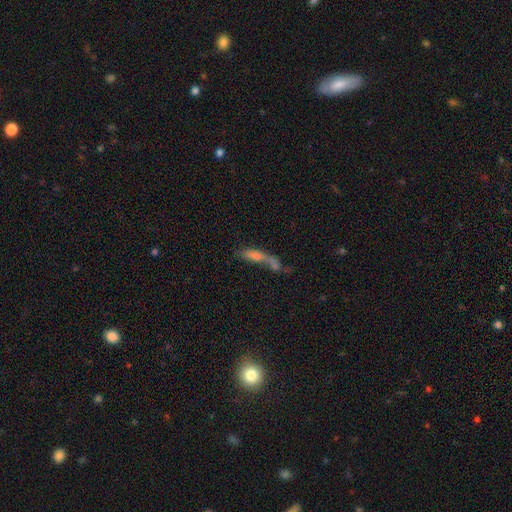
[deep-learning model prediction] smooth 53%, featured or disk 31%, star or artifact 15%. Down the decision tree: how rounded — cigar-shaped (62%); merging — merger (50%).